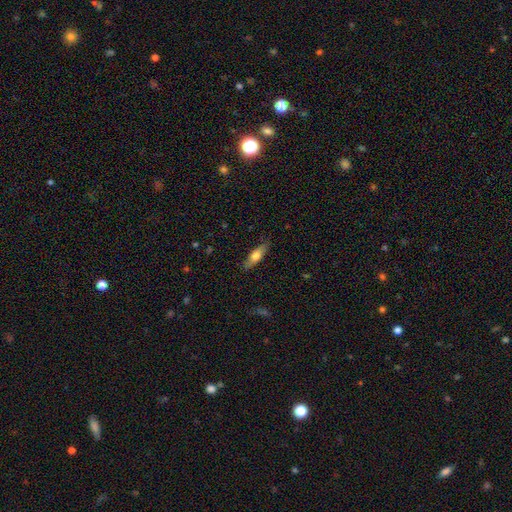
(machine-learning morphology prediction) Smooth or featured? smooth (62%)
How rounded? cigar-shaped (56%)
Merging? none (86%)